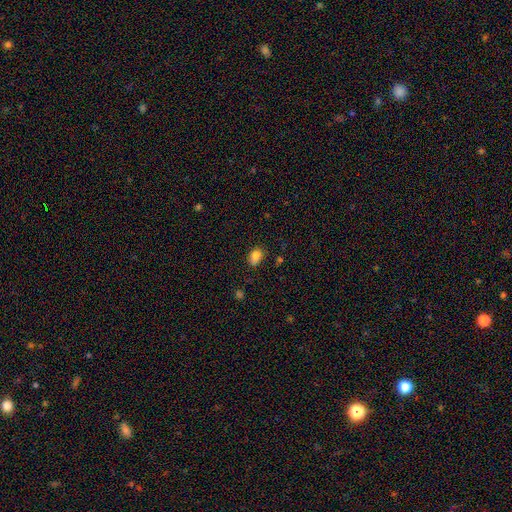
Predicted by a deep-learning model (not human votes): smooth-or-featured: smooth: 81% | star or artifact: 10% | featured or disk: 9%
  how-rounded: in between: 74% | round: 25% | cigar-shaped: 1%
  merging: none: 66% | minor disturbance: 23% | merger: 6% | major disturbance: 5%